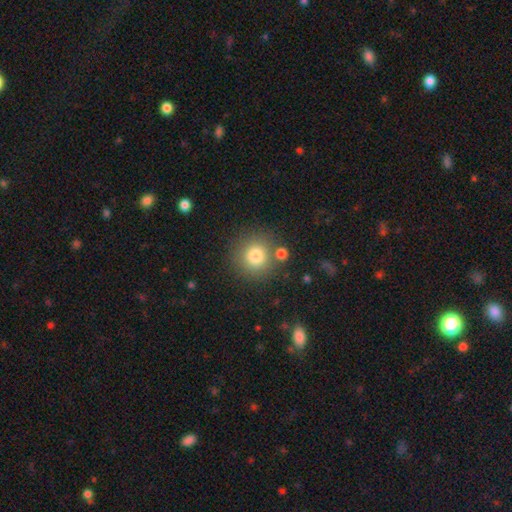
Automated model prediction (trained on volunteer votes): Smooth or featured: smooth — 79% (star or artifact — 12%)
How rounded: round — 93% (in between — 6%)
Merging: none — 78% (merger — 9%)